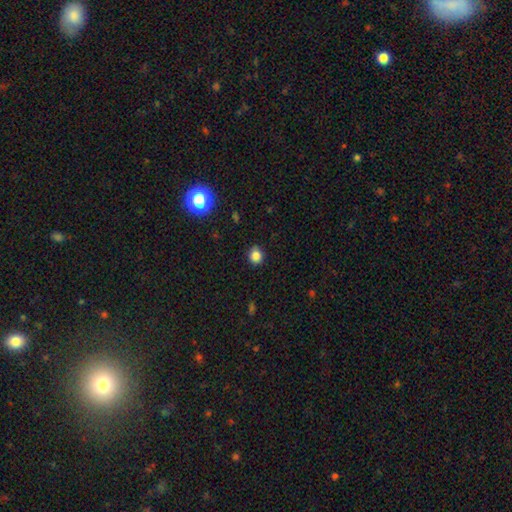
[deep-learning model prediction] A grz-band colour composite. It shows a smooth galaxy with no disk features (83%) that is round (80%). Merging: none (87%).